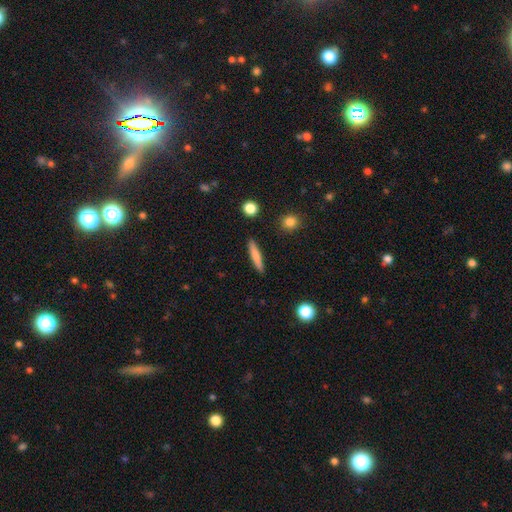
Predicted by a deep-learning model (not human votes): smooth_or_featured: smooth (p=0.75) [alt: featured or disk p=0.19]
how_rounded: cigar-shaped (p=0.90) [alt: in between p=0.08]
merging: none (p=0.90) [alt: minor disturbance p=0.07]